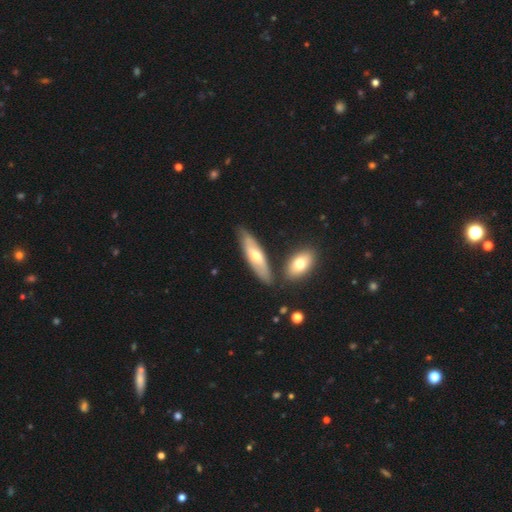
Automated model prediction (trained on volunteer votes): smooth_or_featured: featured or disk (p=0.48) [alt: smooth p=0.46]
merging: none (p=0.78) [alt: minor disturbance p=0.12]